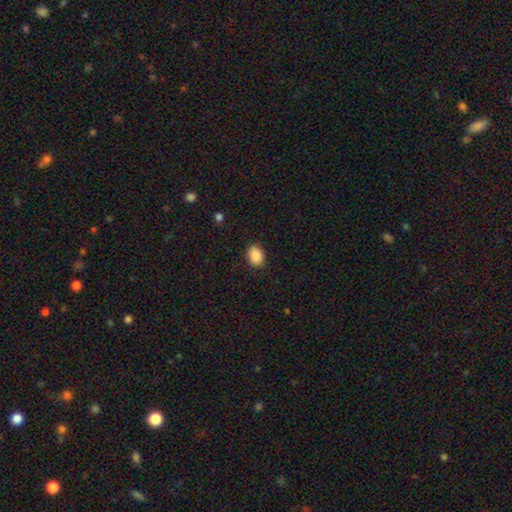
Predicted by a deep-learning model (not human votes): Overall: smooth (90%). How rounded: in between (81%). Merging: none (87%).